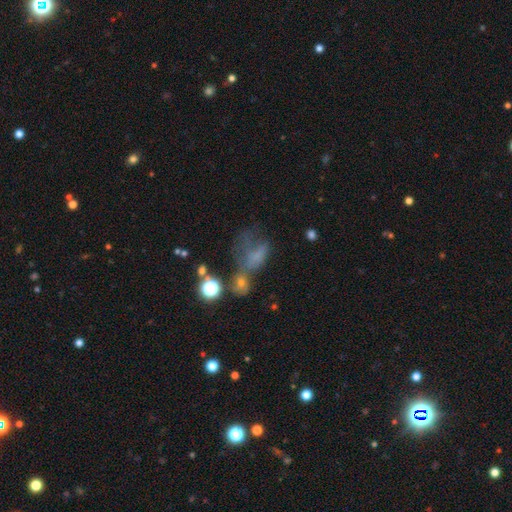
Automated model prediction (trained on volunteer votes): This is possibly a smooth galaxy (51%). How rounded: likely in between (68%). Merging: marginally major disturbance (34%).